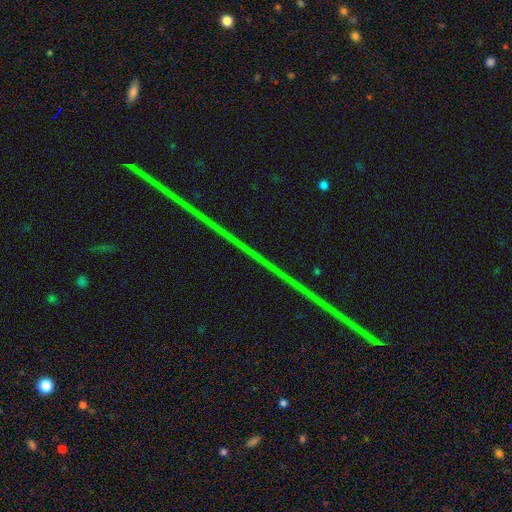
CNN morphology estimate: A star or artifact, not a galaxy (86%).